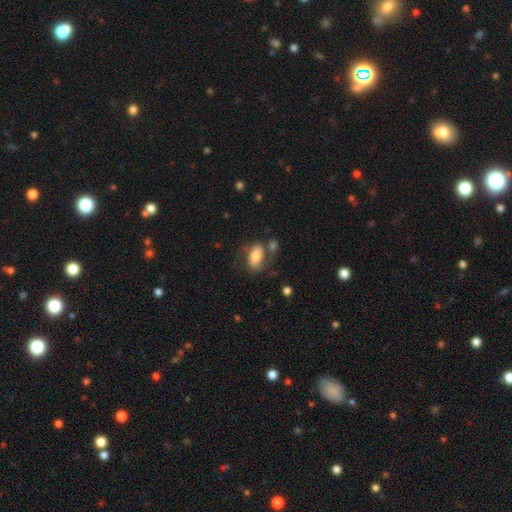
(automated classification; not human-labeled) Q: Smooth or featured?
A: smooth (68%); runner-up: featured or disk (25%)
Q: How rounded?
A: in between (89%); runner-up: round (7%)
Q: Merging?
A: none (53%); runner-up: minor disturbance (20%)